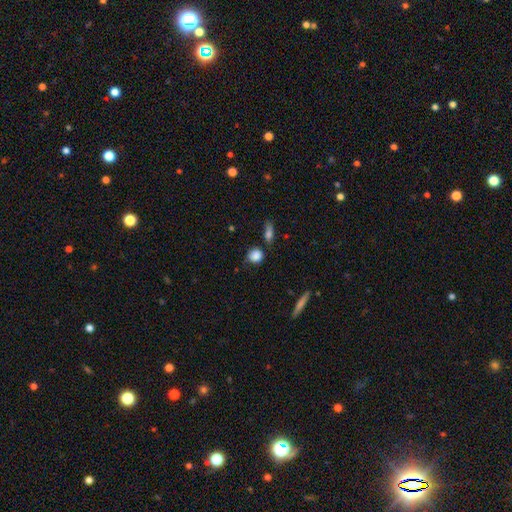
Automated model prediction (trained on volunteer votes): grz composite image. It shows a smooth galaxy with no disk features (85%) that is round (79%). Merging: none (66%).